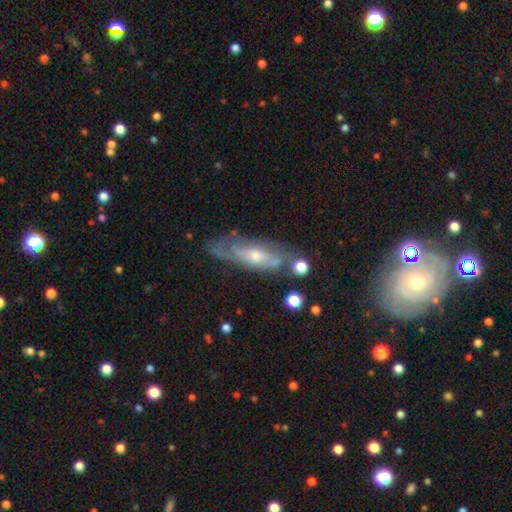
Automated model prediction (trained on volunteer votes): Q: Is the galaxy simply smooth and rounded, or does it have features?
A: featured or disk — 69%.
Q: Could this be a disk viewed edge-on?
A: no — 71%.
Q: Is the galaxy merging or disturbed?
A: none — 62%.